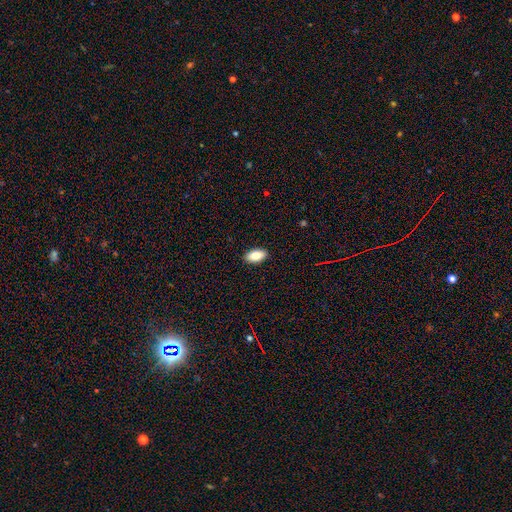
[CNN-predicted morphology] This appears to be a smooth galaxy with no disk features (85%) that is in between round and cigar-shaped (93%). Merging: none (90%).